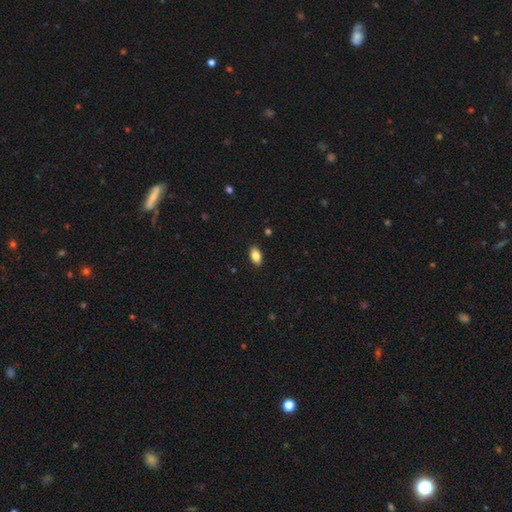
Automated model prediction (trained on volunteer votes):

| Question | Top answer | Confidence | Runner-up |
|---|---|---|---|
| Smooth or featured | smooth | 85% | star or artifact (8%) |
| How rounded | in between | 91% | round (6%) |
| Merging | none | 89% | minor disturbance (8%) |